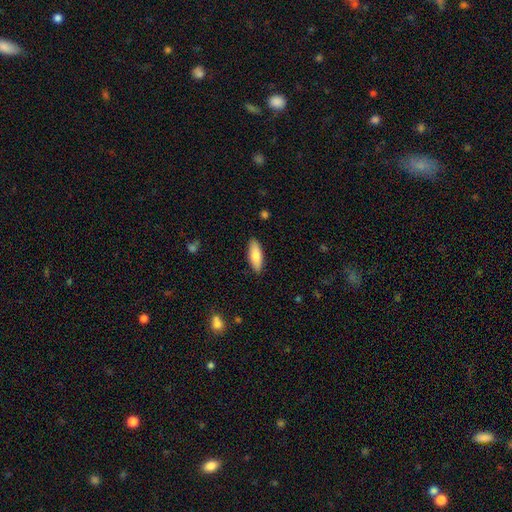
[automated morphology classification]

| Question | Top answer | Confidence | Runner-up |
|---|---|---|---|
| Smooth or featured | smooth | 81% | featured or disk (14%) |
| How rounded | in between | 63% | cigar-shaped (35%) |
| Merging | none | 89% | minor disturbance (8%) |